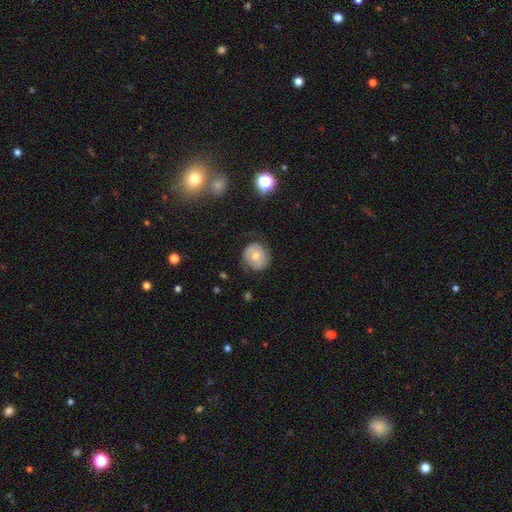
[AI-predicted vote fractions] Morphology: type=smooth (52%); roundness=round (82%); merging=none (72%).